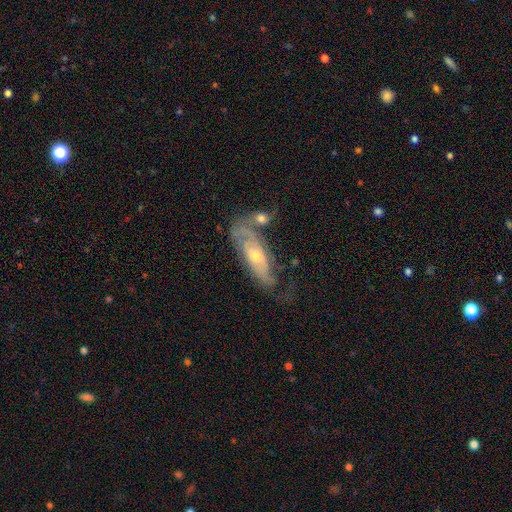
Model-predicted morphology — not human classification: Smooth or featured? featured or disk (72%)
Edge-on disk? no (80%)
Bar? no (67%)
Spiral arms? yes (80%)
Bulge size? moderate (54%)
Merging? none (48%)